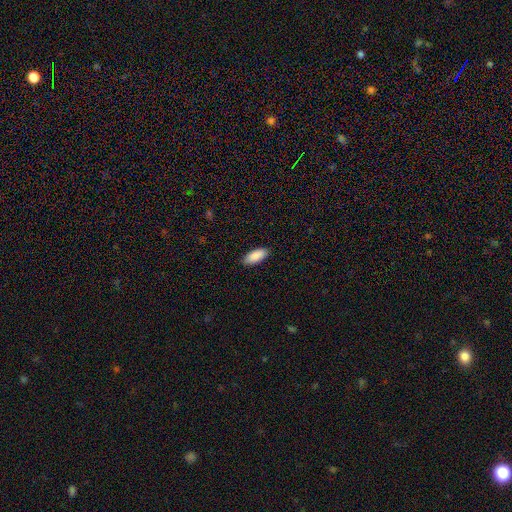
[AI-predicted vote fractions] A smooth galaxy with no disk features (91%) that is in between round and cigar-shaped (85%).

Vote fractions:
- Smooth or featured? smooth: 91% / star or artifact: 5% / featured or disk: 4%
- How rounded? in between: 85% / cigar-shaped: 14% / round: 2%
- Merging? none: 89% / minor disturbance: 8% / major disturbance: 2% / merger: 1%